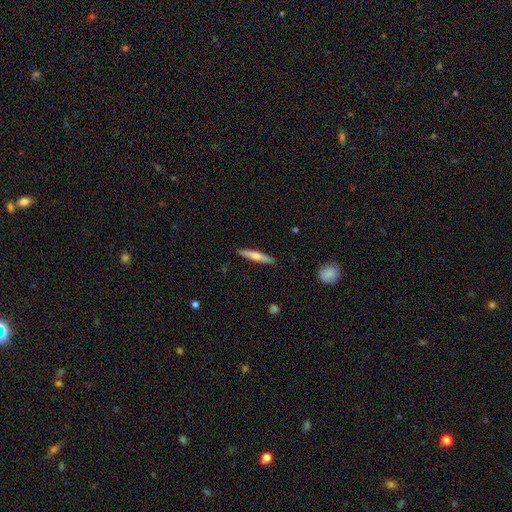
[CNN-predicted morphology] Overall: smooth (53%; featured or disk 42%). How rounded: cigar-shaped (91%). Merging: none (90%).